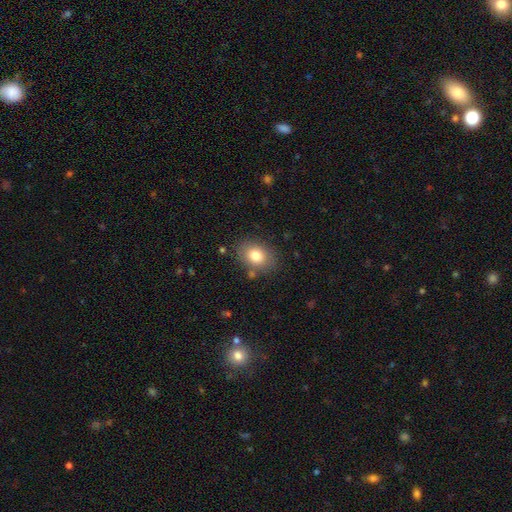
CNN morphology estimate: smooth-or-featured: smooth: 79% | featured or disk: 11% | star or artifact: 9%
  how-rounded: in between: 64% | round: 35% | cigar-shaped: 1%
  merging: none: 81% | minor disturbance: 12% | major disturbance: 4% | merger: 3%